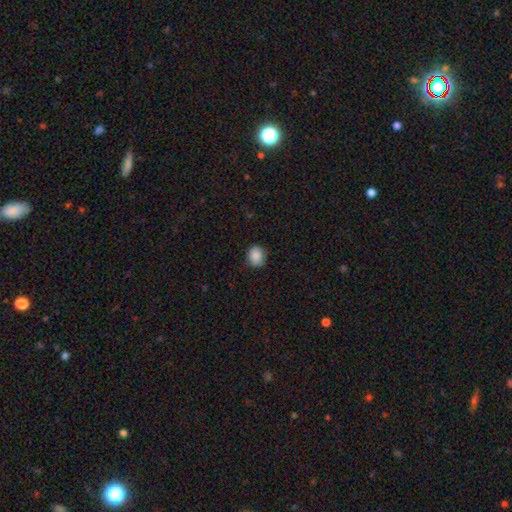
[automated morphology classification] smooth-or-featured: smooth: 88% | star or artifact: 8% | featured or disk: 4%
  how-rounded: round: 64% | in between: 35% | cigar-shaped: 1%
  merging: none: 83% | minor disturbance: 14% | major disturbance: 3% | merger: 1%